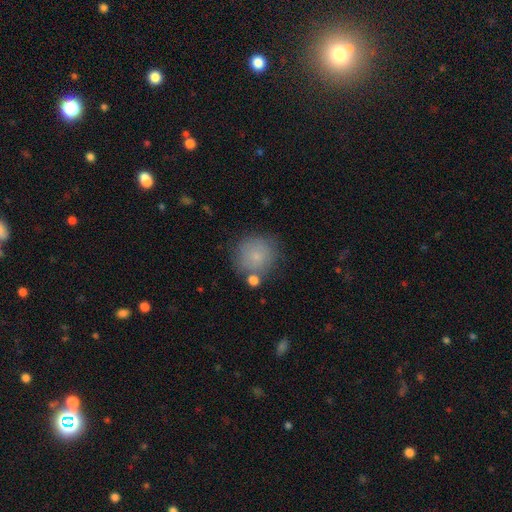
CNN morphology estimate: Q: Smooth or featured?
A: smooth (77%); runner-up: featured or disk (14%)
Q: How rounded?
A: round (91%); runner-up: in between (8%)
Q: Merging?
A: none (71%); runner-up: minor disturbance (16%)